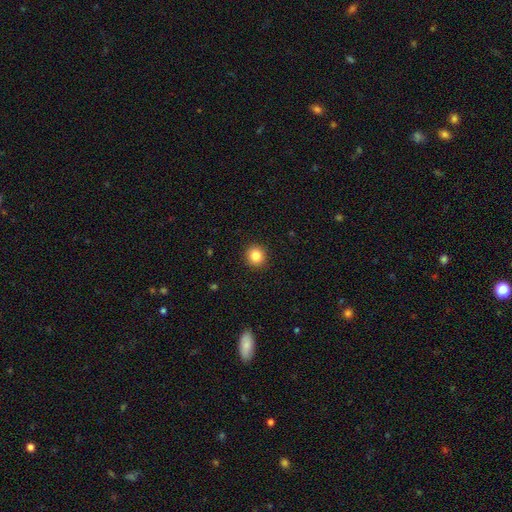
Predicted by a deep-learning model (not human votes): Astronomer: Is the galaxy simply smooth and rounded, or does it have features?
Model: smooth — 85%.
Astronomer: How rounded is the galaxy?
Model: round — 90%.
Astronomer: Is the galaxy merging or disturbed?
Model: none — 92%.